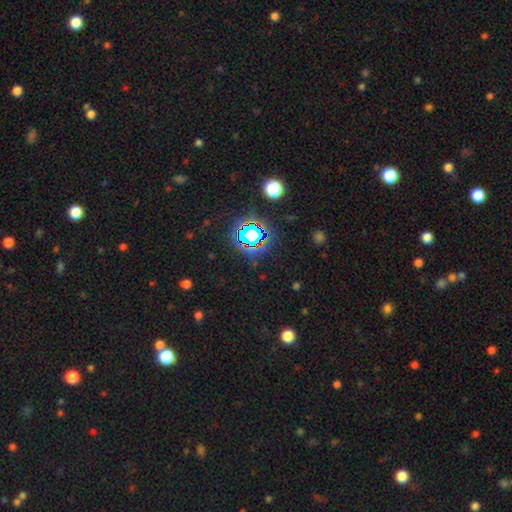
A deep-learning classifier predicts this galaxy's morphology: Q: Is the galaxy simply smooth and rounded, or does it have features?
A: star or artifact — 74%.